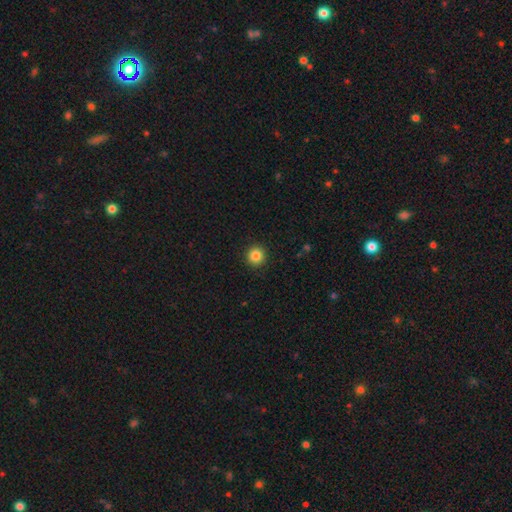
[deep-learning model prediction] This appears to be a smooth galaxy with no disk features (85%) that is round (95%). Merging: none (93%).